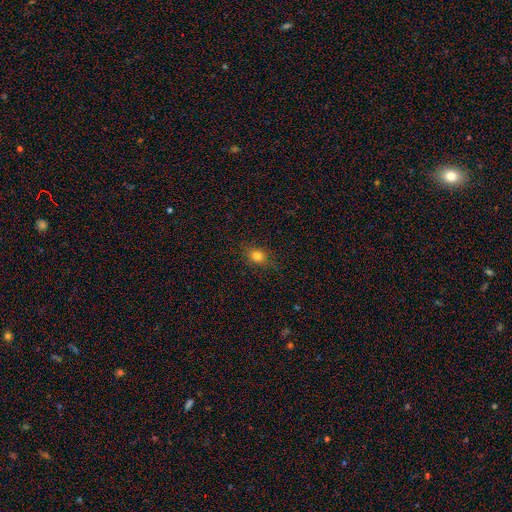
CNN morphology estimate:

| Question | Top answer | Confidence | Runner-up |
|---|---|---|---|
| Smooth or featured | smooth | 77% | star or artifact (15%) |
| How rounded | round | 50% | in between (48%) |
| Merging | none | 83% | minor disturbance (13%) |